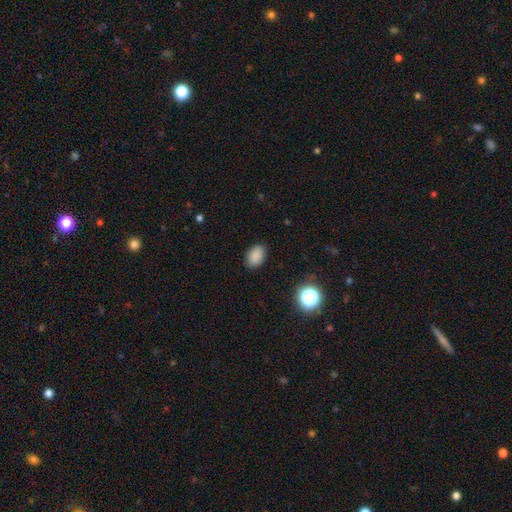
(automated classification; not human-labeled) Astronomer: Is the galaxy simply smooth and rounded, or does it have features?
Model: smooth — 85%.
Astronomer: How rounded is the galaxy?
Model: in between — 82%.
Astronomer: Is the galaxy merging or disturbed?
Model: none — 85%.